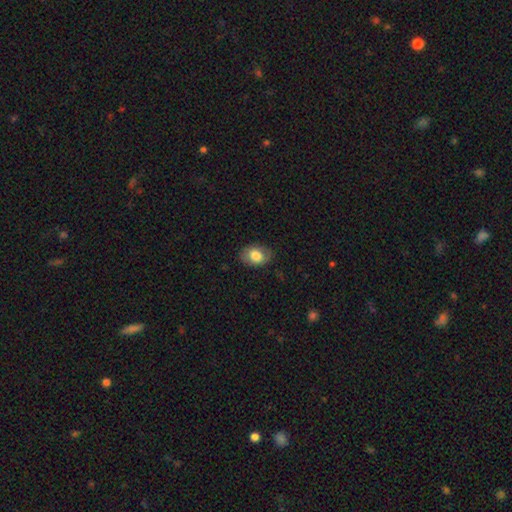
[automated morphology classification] smooth-or-featured: smooth: 77% | featured or disk: 16% | star or artifact: 7%
  how-rounded: in between: 80% | round: 19% | cigar-shaped: 1%
  merging: none: 81% | minor disturbance: 14% | major disturbance: 4% | merger: 1%